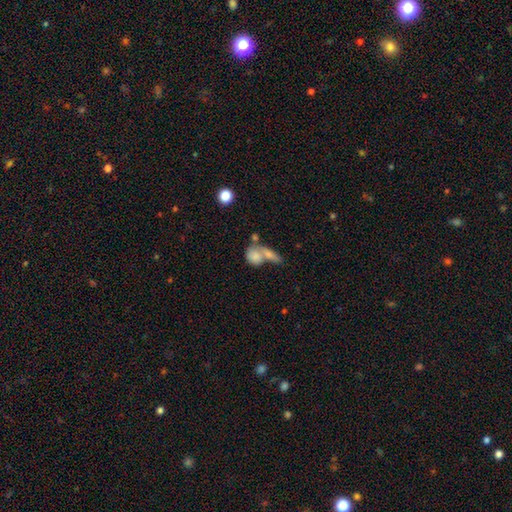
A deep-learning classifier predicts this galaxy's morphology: This appears to be a smooth galaxy with no disk features (78%) that is round (49%). Merging: merger (57%).